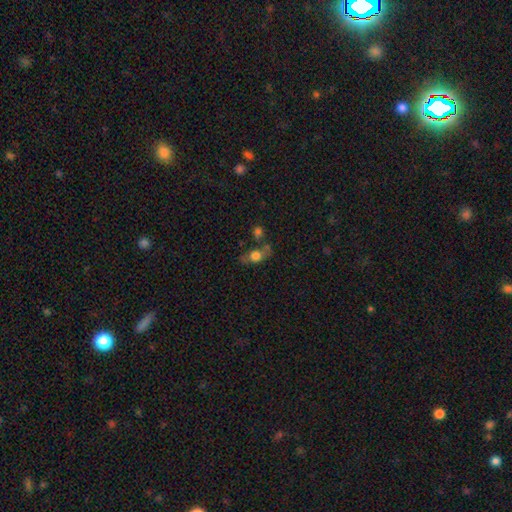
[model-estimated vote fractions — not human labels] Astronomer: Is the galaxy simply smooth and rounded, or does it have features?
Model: smooth — 61%.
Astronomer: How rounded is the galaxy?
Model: in between — 59%.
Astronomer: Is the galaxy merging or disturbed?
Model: none — 49%.